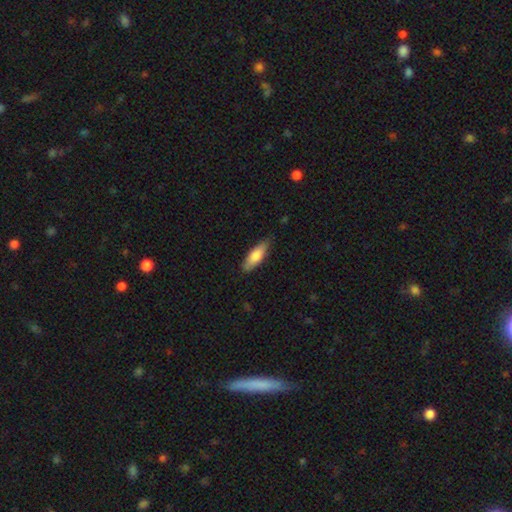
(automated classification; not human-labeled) This is likely a smooth galaxy (77%). How rounded: possibly in between (57%). Merging: clearly none (81%).